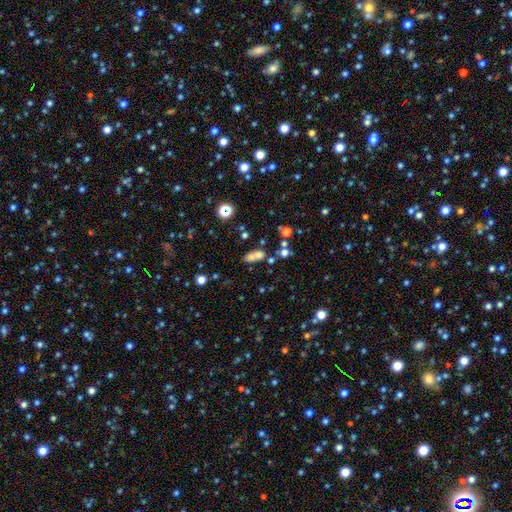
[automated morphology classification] smooth-or-featured: smooth: 64% | star or artifact: 19% | featured or disk: 17%
  how-rounded: in between: 69% | round: 21% | cigar-shaped: 10%
  merging: merger: 40% | none: 38% | minor disturbance: 14% | major disturbance: 8%